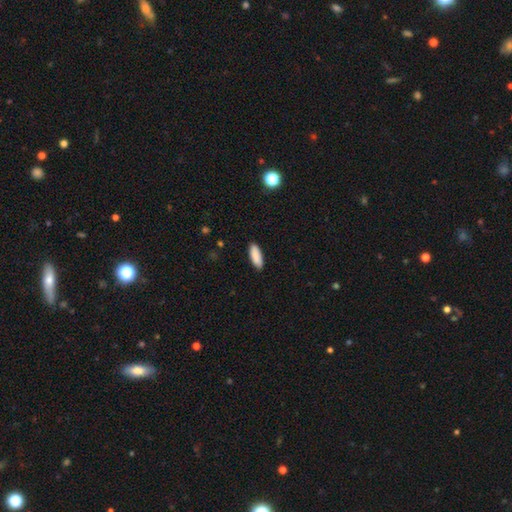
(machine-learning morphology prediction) This appears to be a smooth galaxy with no disk features (89%) that is in between round and cigar-shaped (60%). Merging: none (89%).